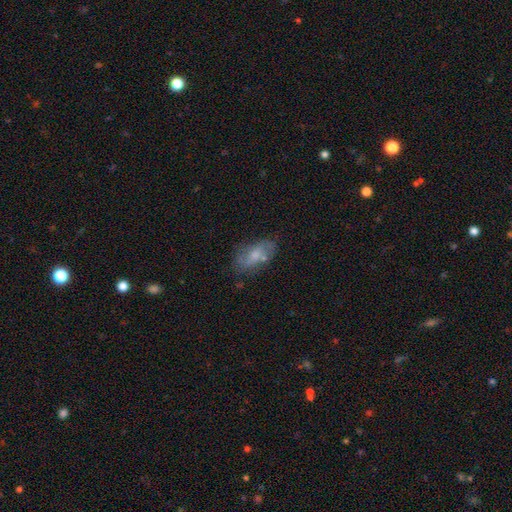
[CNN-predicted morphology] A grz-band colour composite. It shows a smooth galaxy with no disk features (55%) that is in between round and cigar-shaped (85%). Merging: none (60%).